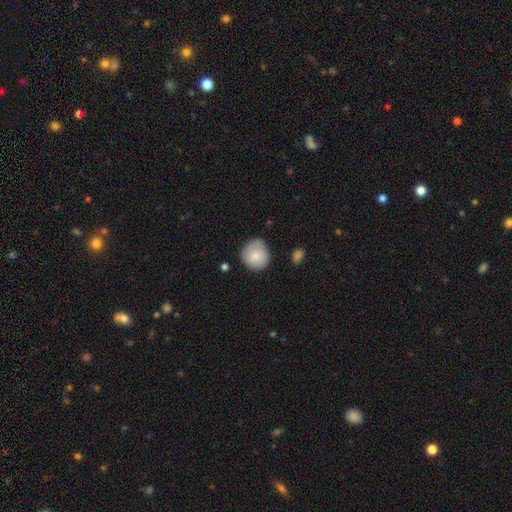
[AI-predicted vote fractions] smooth_or_featured: smooth (p=0.80) [alt: featured or disk p=0.13]
how_rounded: round (p=0.89) [alt: in between p=0.10]
merging: none (p=0.72) [alt: minor disturbance p=0.22]